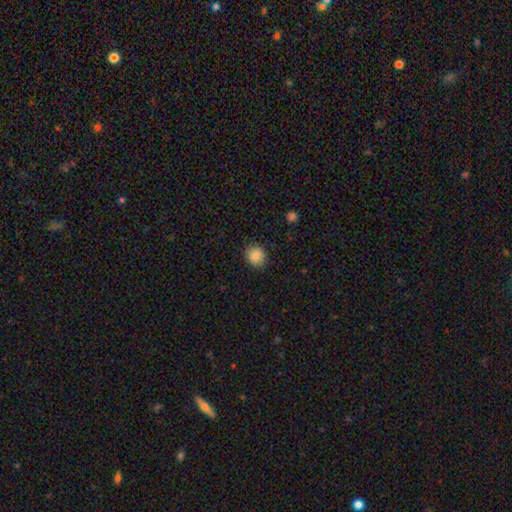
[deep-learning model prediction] This appears to be a smooth galaxy with no disk features (88%) that is round (77%). Merging: none (87%).